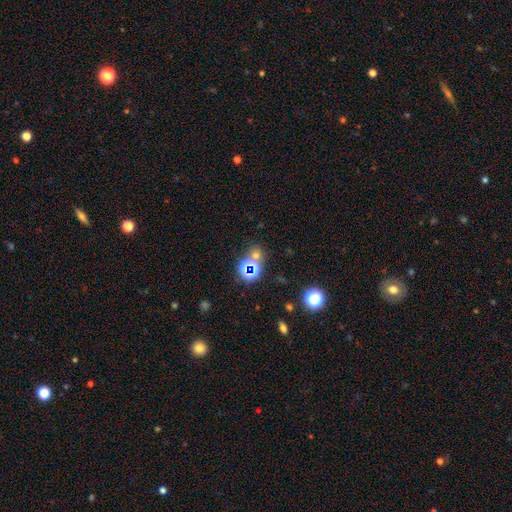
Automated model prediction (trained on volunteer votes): star or artifact 48%, smooth 43%, featured or disk 8%.